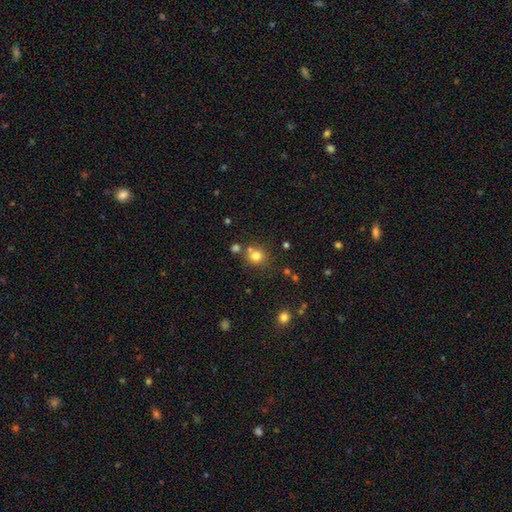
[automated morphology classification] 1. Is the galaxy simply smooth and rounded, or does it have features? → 77% smooth, 15% star or artifact, 8% featured or disk.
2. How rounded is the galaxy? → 87% round, 12% in between, 1% cigar-shaped.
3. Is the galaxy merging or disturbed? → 68% none, 19% merger, 10% minor disturbance, 4% major disturbance.